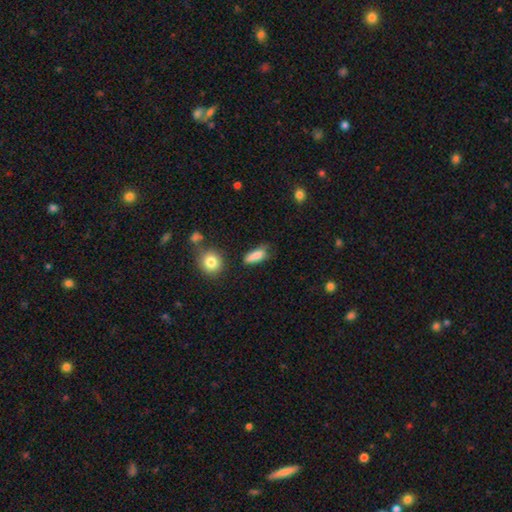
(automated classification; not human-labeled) Smooth or featured? smooth (83%)
How rounded? in between (65%)
Merging? none (57%)